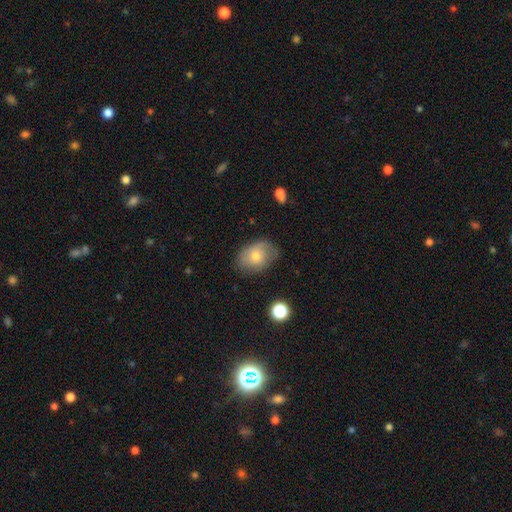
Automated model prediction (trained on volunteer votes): Smooth or featured?
  - smooth: 63% *
  - featured or disk: 28%
  - star or artifact: 9%
How rounded?
  - in between: 72% *
  - round: 27%
  - cigar-shaped: 1%
Merging?
  - none: 67% *
  - minor disturbance: 24%
  - major disturbance: 7%
  - merger: 1%